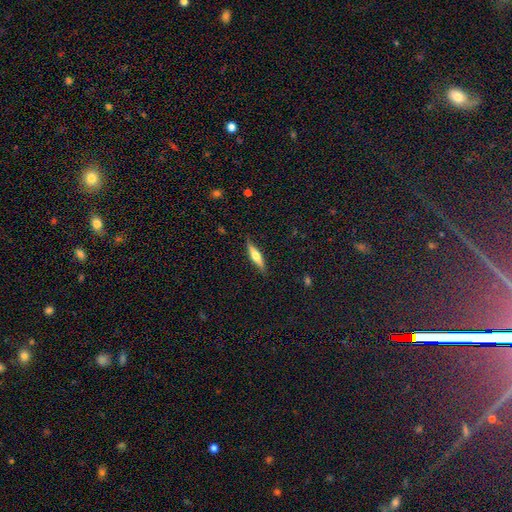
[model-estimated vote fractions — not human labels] smooth_or_featured: featured or disk (p=0.55) [alt: smooth p=0.39]
disk_edge_on: yes (p=0.95) [alt: no p=0.05]
edge_on_bulge: rounded (p=0.90) [alt: none p=0.05]
merging: none (p=0.88) [alt: minor disturbance p=0.09]